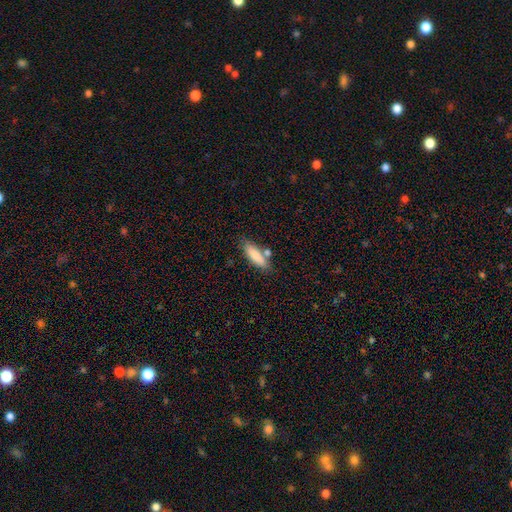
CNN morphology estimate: This appears to be a smooth galaxy with no disk features (83%) that is cigar-shaped (51%). Merging: none (68%).